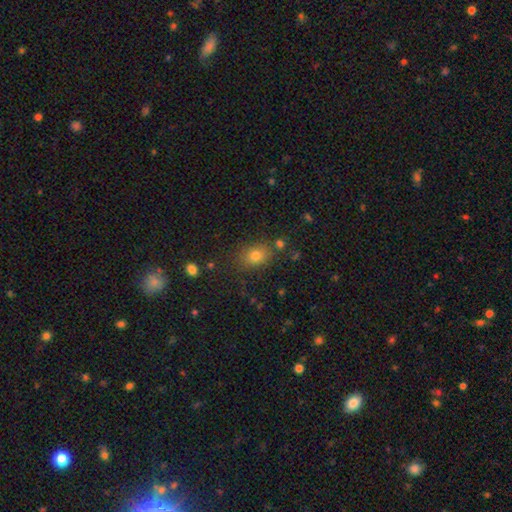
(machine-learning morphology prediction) Q: Smooth or featured?
A: smooth (77%); runner-up: star or artifact (14%)
Q: How rounded?
A: in between (62%); runner-up: round (36%)
Q: Merging?
A: none (78%); runner-up: minor disturbance (13%)